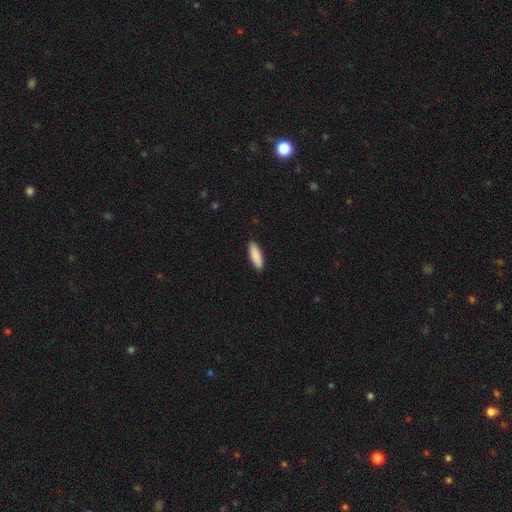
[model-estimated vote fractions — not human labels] Smooth or featured?
  - smooth: 90% *
  - star or artifact: 5%
  - featured or disk: 5%
How rounded?
  - cigar-shaped: 53% *
  - in between: 45%
  - round: 1%
Merging?
  - none: 91% *
  - minor disturbance: 7%
  - major disturbance: 1%
  - merger: 1%